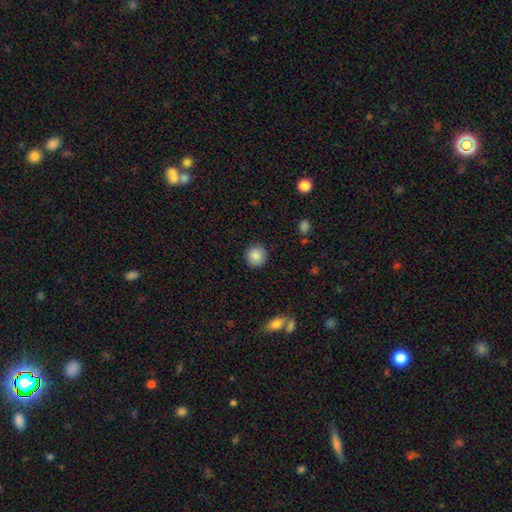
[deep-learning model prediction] Smooth or featured?
  - smooth: 87% *
  - star or artifact: 8%
  - featured or disk: 4%
How rounded?
  - round: 92% *
  - in between: 7%
  - cigar-shaped: 1%
Merging?
  - none: 90% *
  - minor disturbance: 7%
  - major disturbance: 2%
  - merger: 1%